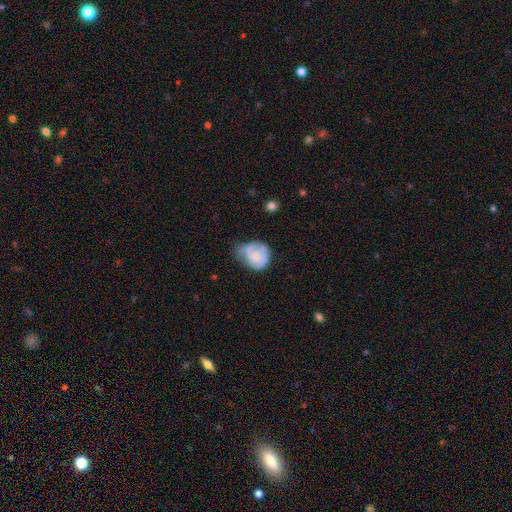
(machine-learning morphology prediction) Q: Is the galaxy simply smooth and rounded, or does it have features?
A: smooth — 50%.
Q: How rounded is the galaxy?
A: round — 63%.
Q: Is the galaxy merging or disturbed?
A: minor disturbance — 39%.